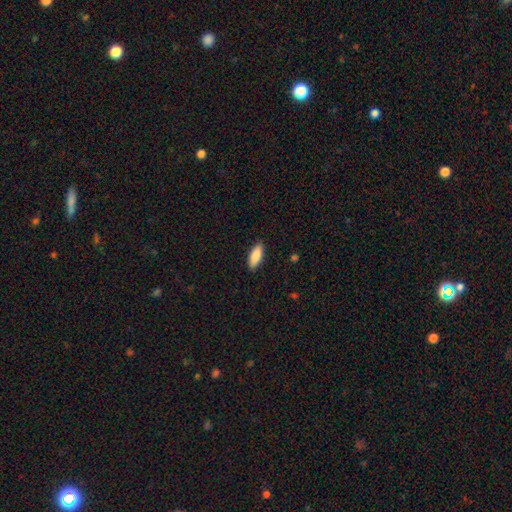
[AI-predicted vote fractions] smooth_or_featured: smooth (p=0.86) [alt: featured or disk p=0.08]
how_rounded: in between (p=0.75) [alt: cigar-shaped p=0.24]
merging: none (p=0.89) [alt: minor disturbance p=0.08]